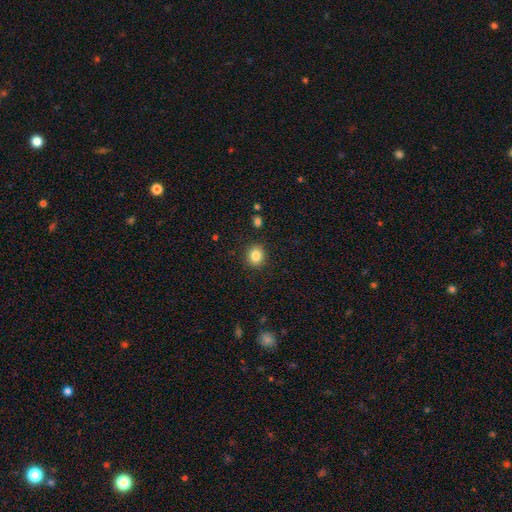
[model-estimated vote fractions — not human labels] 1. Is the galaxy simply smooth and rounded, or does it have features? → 85% smooth, 10% star or artifact, 5% featured or disk.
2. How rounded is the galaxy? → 76% round, 23% in between, 1% cigar-shaped.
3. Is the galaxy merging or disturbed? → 89% none, 7% minor disturbance, 2% major disturbance, 1% merger.